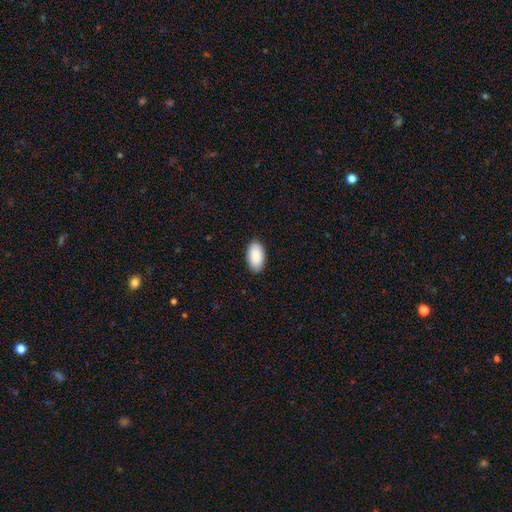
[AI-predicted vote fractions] Overall: smooth (90%). How rounded: in between (96%). Merging: none (89%).